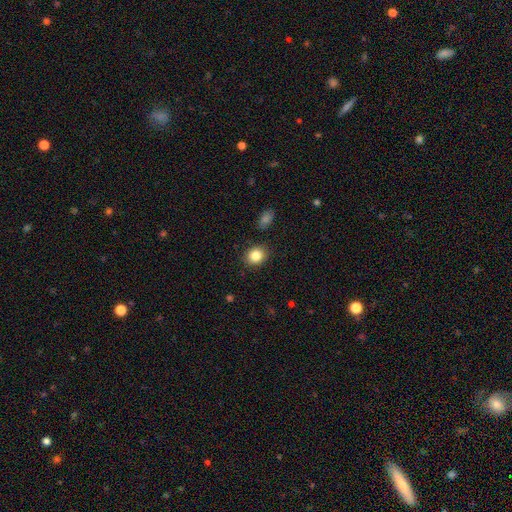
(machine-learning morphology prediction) Overall: smooth (84%). How rounded: round (64%; in between 35%). Merging: none (88%).